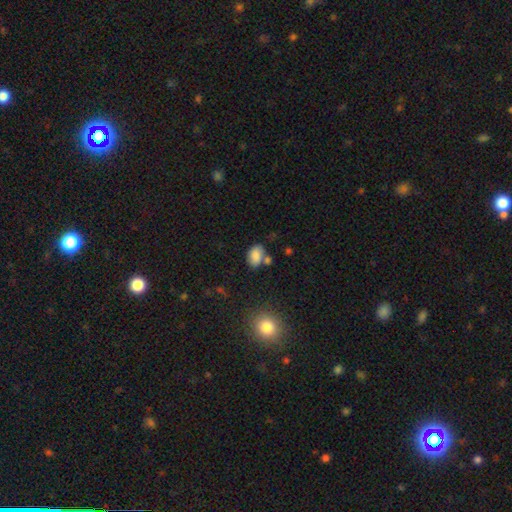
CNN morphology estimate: Smooth or featured: smooth — 82% (star or artifact — 10%)
How rounded: in between — 83% (round — 16%)
Merging: none — 59% (merger — 18%)